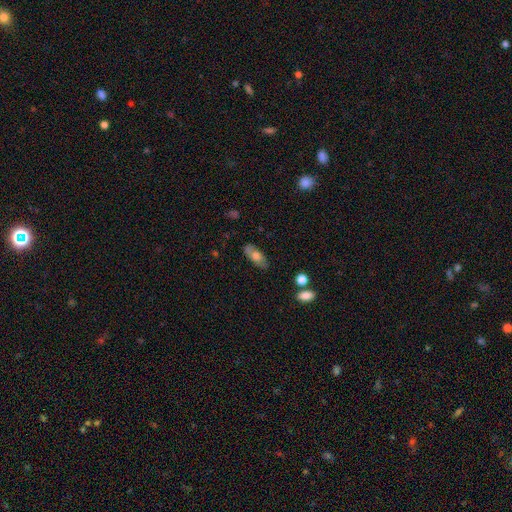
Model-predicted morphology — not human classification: A smooth galaxy with no disk features (63%) that is in between round and cigar-shaped (79%). Merging: none (72%).